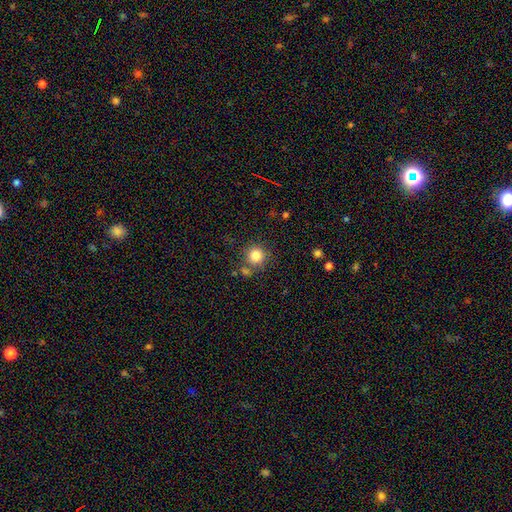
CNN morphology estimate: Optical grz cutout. It shows a smooth galaxy with no disk features (82%) that is round (93%). Merging: none (76%).